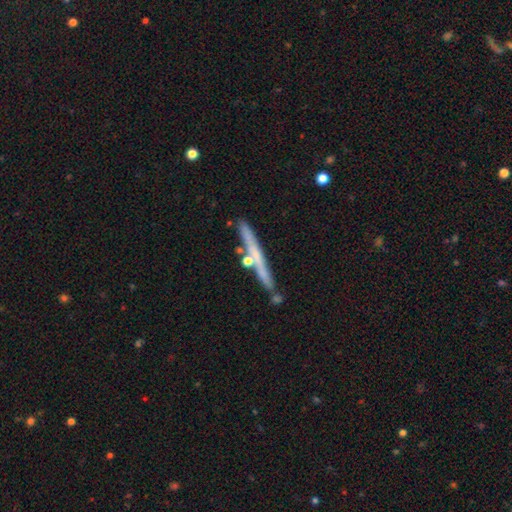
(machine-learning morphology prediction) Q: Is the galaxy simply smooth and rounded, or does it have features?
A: featured or disk — 56%.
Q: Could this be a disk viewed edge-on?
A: yes — 95%.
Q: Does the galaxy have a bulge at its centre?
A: none — 65%.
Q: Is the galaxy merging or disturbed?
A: none — 80%.